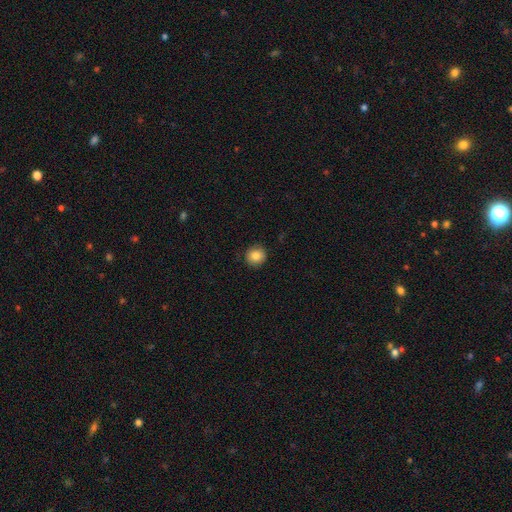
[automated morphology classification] smooth_or_featured: smooth (p=0.84) [alt: star or artifact p=0.09]
how_rounded: round (p=0.91) [alt: in between p=0.08]
merging: none (p=0.89) [alt: minor disturbance p=0.08]